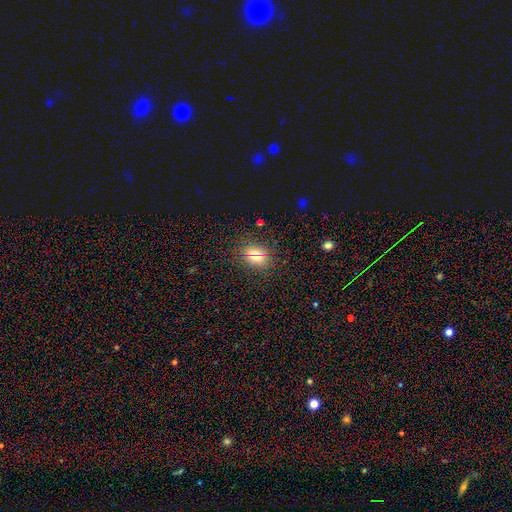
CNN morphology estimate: Overall: smooth (68%). How rounded: round (49%; in between 48%). Merging: none (86%).